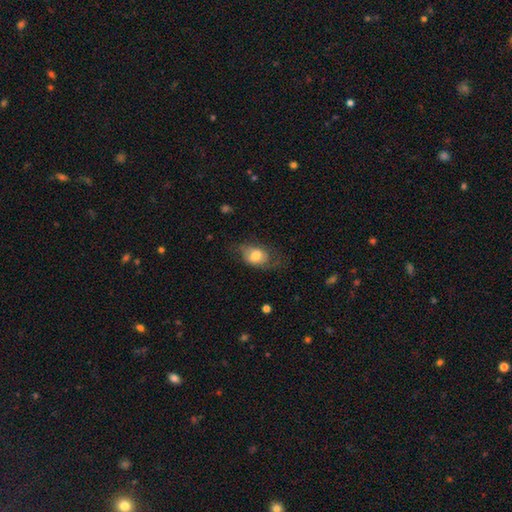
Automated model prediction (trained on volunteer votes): Morphology: type=smooth (67%); roundness=in between (77%); merging=none (51%).